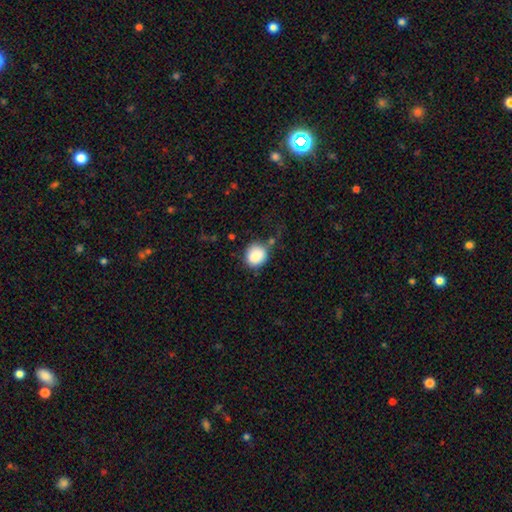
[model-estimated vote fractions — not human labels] The model was most divided on "merging": none: 68%, minor disturbance: 19%, major disturbance: 7%, merger: 6%. More confident: how rounded — round (88%); smooth or featured — smooth (86%).